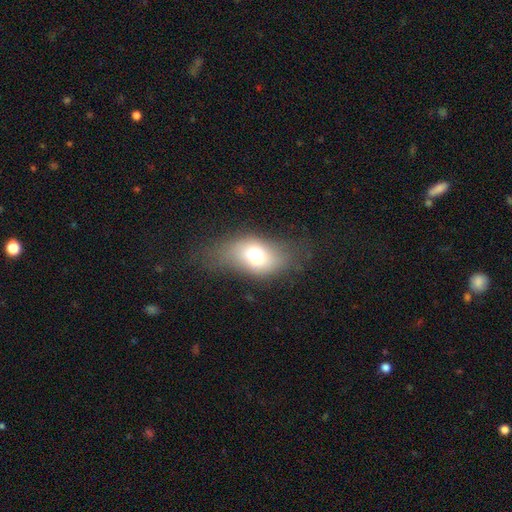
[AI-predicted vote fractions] Smooth or featured: smooth — 66% (featured or disk — 21%)
How rounded: in between — 76% (round — 22%)
Merging: none — 62% (minor disturbance — 21%)